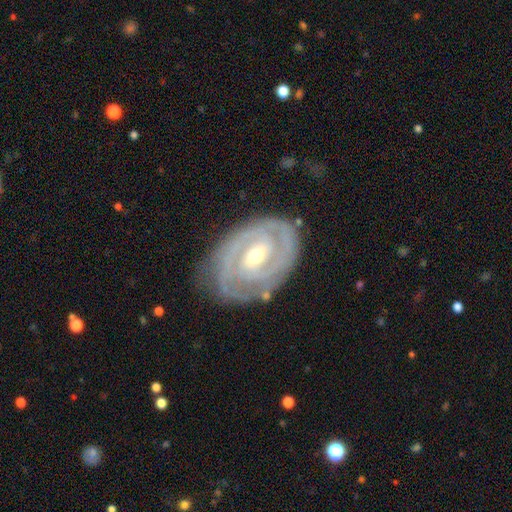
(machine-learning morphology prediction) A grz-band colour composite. It shows a featured or disk galaxy (88%) with a weak bar (49%), 2 (49%) tight (75%) spiral arms (93%) and a moderate central bulge (58%). Merging: none (72%).